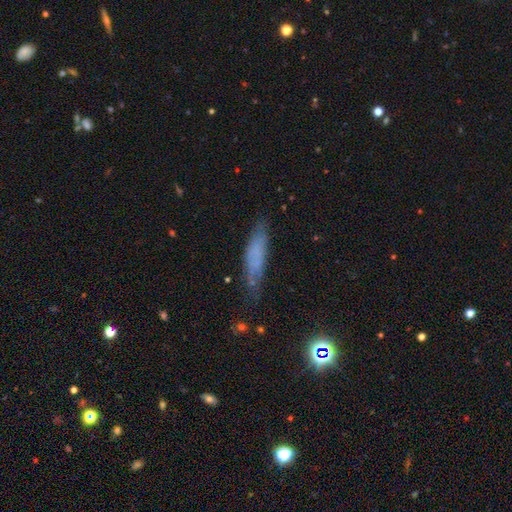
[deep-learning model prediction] smooth 56%, featured or disk 31%, star or artifact 13%. Down the decision tree: how rounded — cigar-shaped (71%); merging — none (60%).